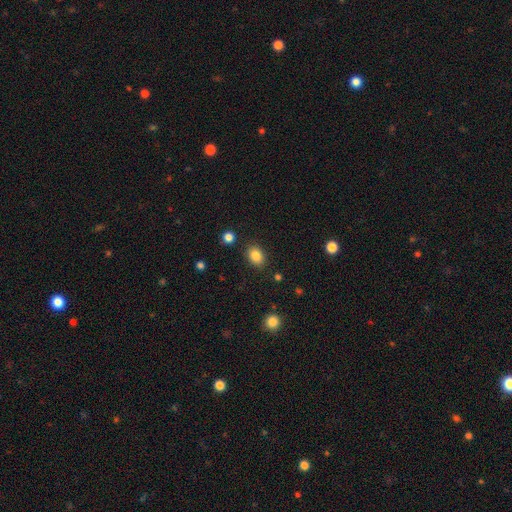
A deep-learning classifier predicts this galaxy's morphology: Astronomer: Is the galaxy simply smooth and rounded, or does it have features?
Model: smooth — 85%.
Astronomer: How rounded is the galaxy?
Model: in between — 70%.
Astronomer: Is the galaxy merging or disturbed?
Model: none — 85%.